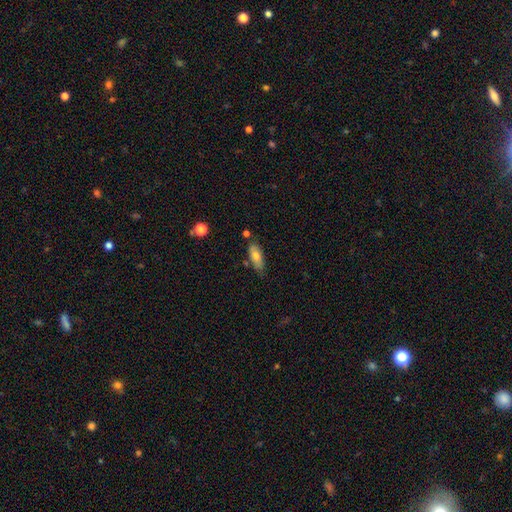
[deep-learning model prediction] The model was most divided on "how rounded": in between: 73%, cigar-shaped: 24%, round: 3%. More confident: smooth or featured — smooth (71%); merging — none (71%).